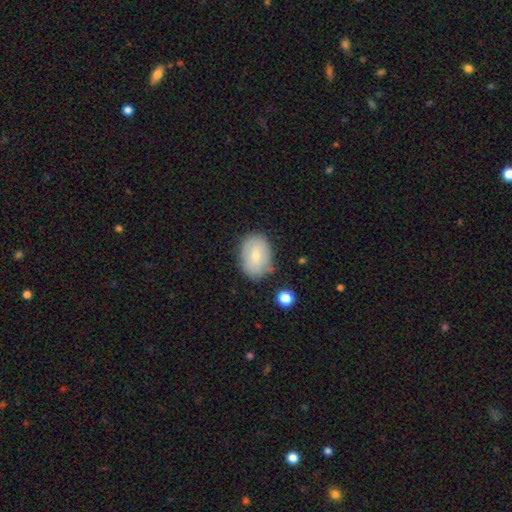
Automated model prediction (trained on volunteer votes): Morphology: type=smooth (65%); roundness=in between (73%); merging=none (71%).